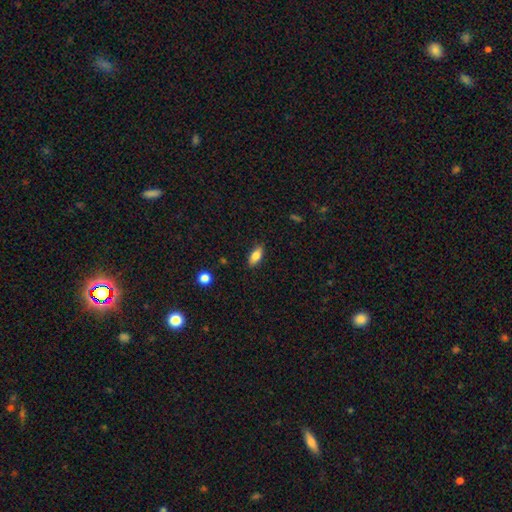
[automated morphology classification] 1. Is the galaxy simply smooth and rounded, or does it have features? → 80% smooth, 12% featured or disk, 8% star or artifact.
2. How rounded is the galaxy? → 85% in between, 12% cigar-shaped, 3% round.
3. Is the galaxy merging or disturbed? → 86% none, 10% minor disturbance, 2% major disturbance, 1% merger.